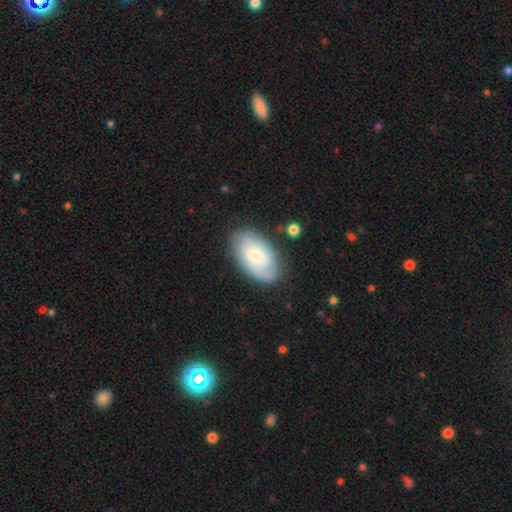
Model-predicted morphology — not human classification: Overall: featured or disk (49%; smooth 44%). Merging: none (78%).